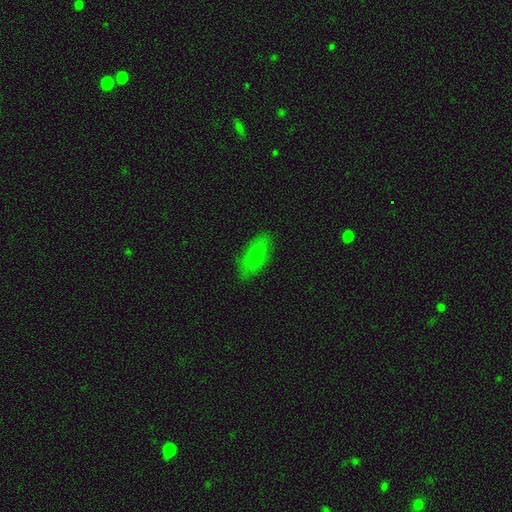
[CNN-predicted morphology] A smooth galaxy with no disk features (70%) that is in between round and cigar-shaped (81%). Merging: none (84%).